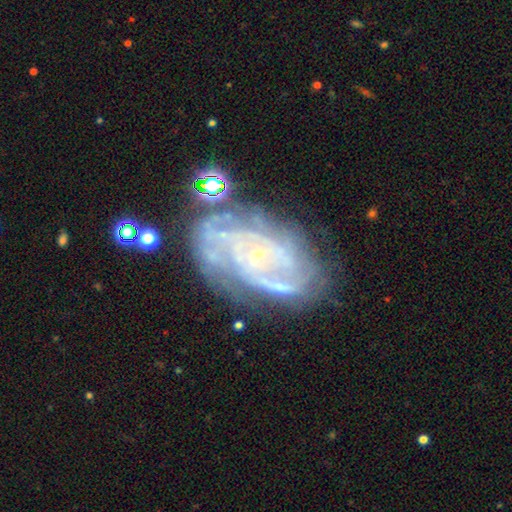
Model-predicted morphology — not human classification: Overall: featured or disk (82%). Edge-on disk: no (96%). Bar: no (63%; weak 28%). Spiral arms: yes (90%). Spiral arm count: can't tell (38%; 2 19%). Spiral winding: tight (59%; medium 31%). Bulge size: small (81%). Merging: none (59%; minor disturbance 22%).